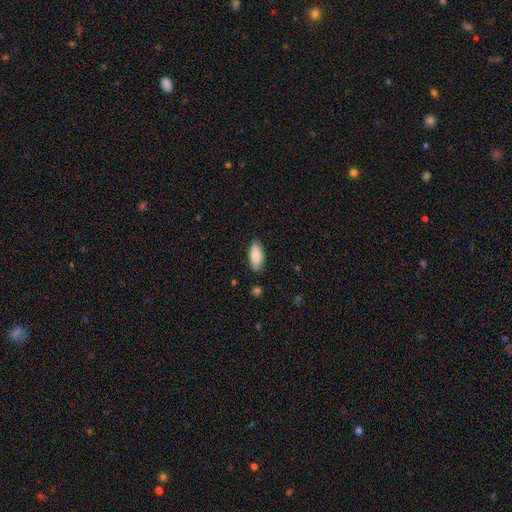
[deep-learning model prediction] Smooth or featured? smooth (82%)
How rounded? in between (88%)
Merging? none (84%)